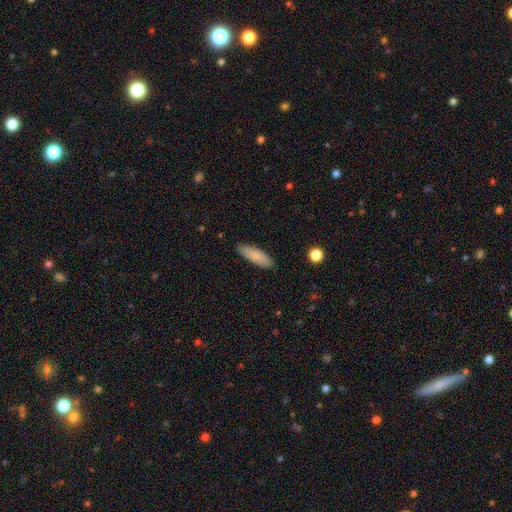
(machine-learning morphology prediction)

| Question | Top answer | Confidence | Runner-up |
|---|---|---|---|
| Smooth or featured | smooth | 85% | featured or disk (9%) |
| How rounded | cigar-shaped | 54% | in between (45%) |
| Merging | none | 88% | minor disturbance (9%) |